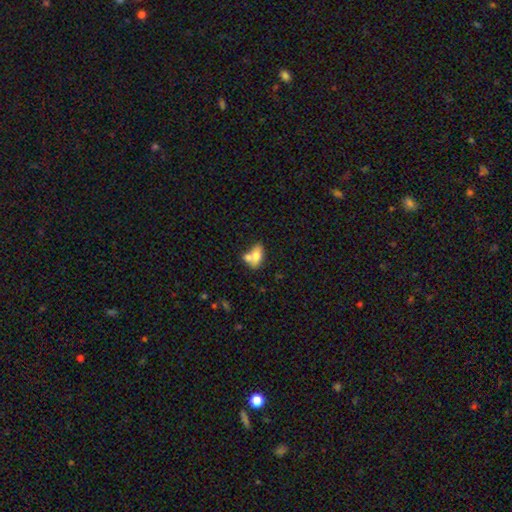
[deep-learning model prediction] Smooth or featured: smooth — 71% (featured or disk — 22%)
How rounded: in between — 84% (round — 12%)
Merging: merger — 50% (none — 32%)